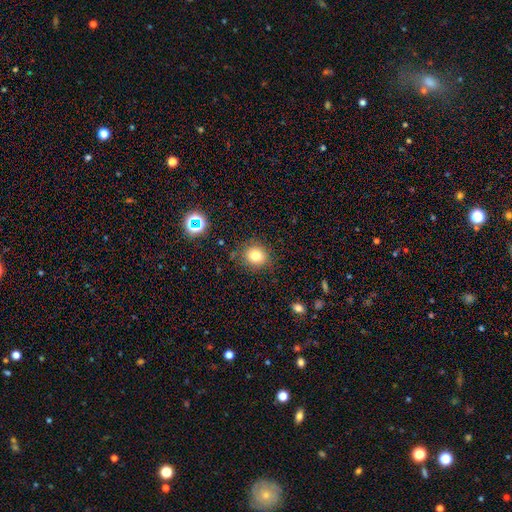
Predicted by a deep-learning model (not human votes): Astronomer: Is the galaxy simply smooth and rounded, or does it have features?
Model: smooth — 77%.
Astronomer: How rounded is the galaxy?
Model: round — 83%.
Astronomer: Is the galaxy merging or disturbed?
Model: none — 85%.